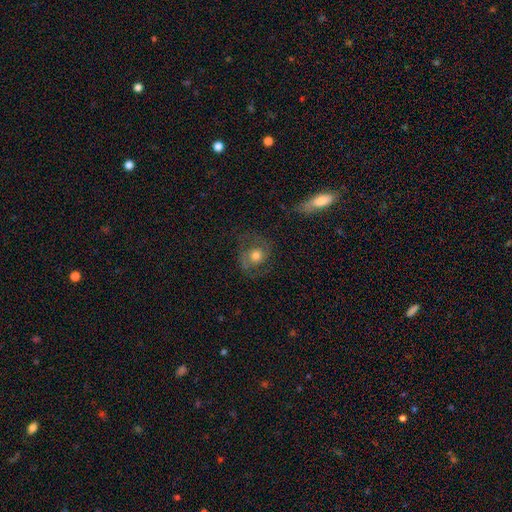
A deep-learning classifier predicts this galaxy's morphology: Smooth or featured? featured or disk (56%)
Edge-on disk? no (96%)
Bar? no (77%)
Spiral arms? yes (80%)
Bulge size? moderate (64%)
Merging? none (68%)